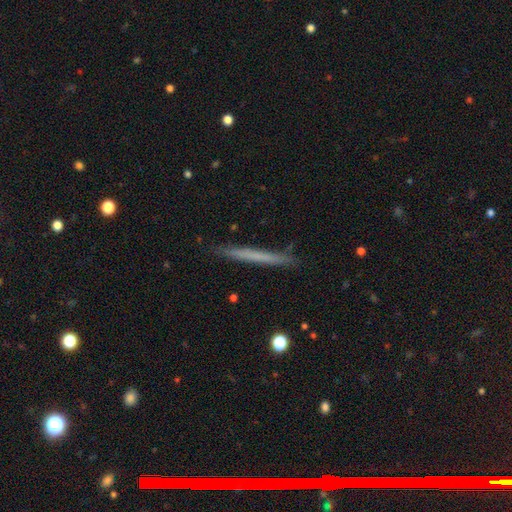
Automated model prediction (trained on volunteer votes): Morphology: type=smooth (56%); roundness=cigar-shaped (97%); merging=none (90%).